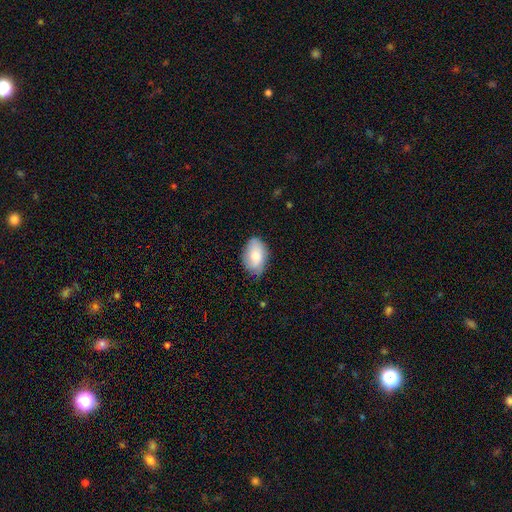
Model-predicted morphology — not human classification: Smooth or featured? Predicted: smooth (p=0.78). How rounded? Predicted: in between (p=0.90). Merging? Predicted: none (p=0.74).